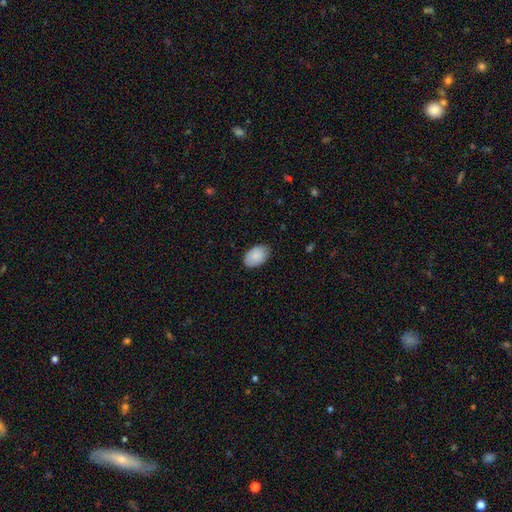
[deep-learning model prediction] smooth-or-featured: smooth: 88% | star or artifact: 6% | featured or disk: 6%
  how-rounded: in between: 91% | round: 8% | cigar-shaped: 1%
  merging: none: 82% | minor disturbance: 15% | major disturbance: 2% | merger: 1%